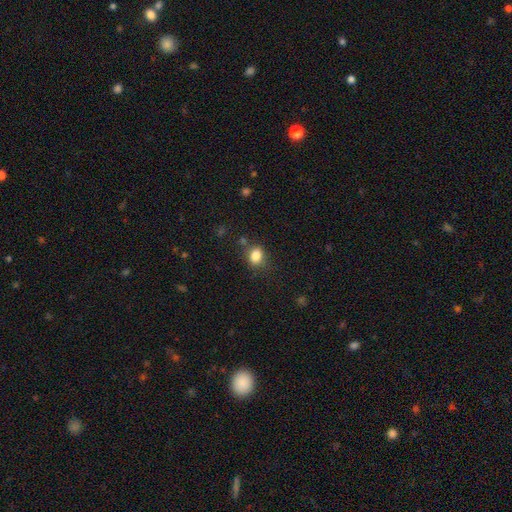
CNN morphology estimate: The model was most divided on "how rounded": in between: 57%, round: 42%, cigar-shaped: 1%. More confident: smooth or featured — smooth (84%); merging — none (75%).